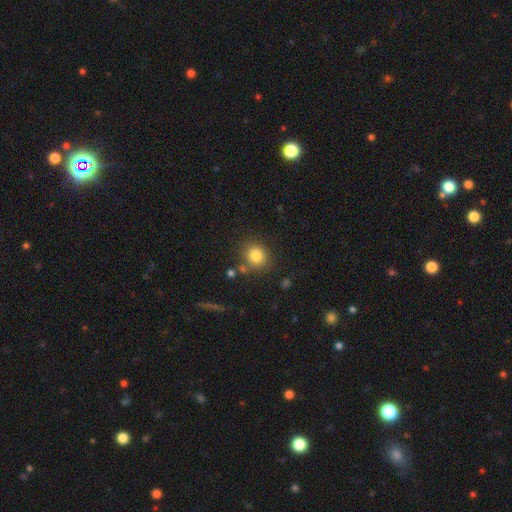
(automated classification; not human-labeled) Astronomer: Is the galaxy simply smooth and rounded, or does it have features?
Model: smooth — 82%.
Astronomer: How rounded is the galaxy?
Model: round — 72%.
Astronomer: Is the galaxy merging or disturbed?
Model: none — 77%.